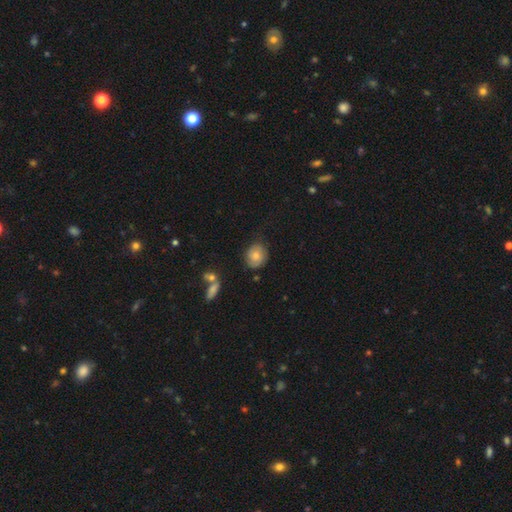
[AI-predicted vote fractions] smooth 71%, featured or disk 21%, star or artifact 8%. Down the decision tree: how rounded — round (69%); merging — none (69%).